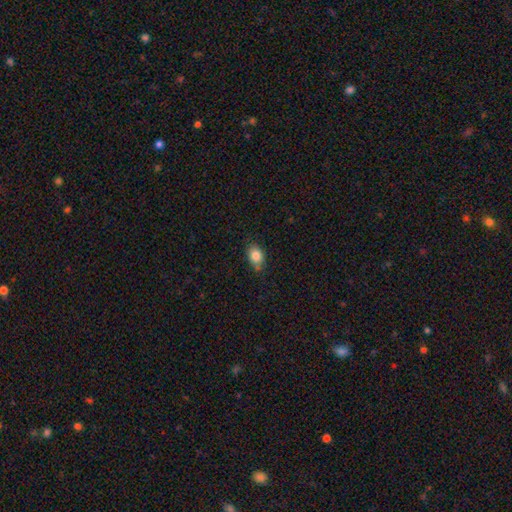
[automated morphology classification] The model was most divided on "how rounded": in between: 77%, round: 22%, cigar-shaped: 1%. More confident: smooth or featured — smooth (85%); merging — none (76%).